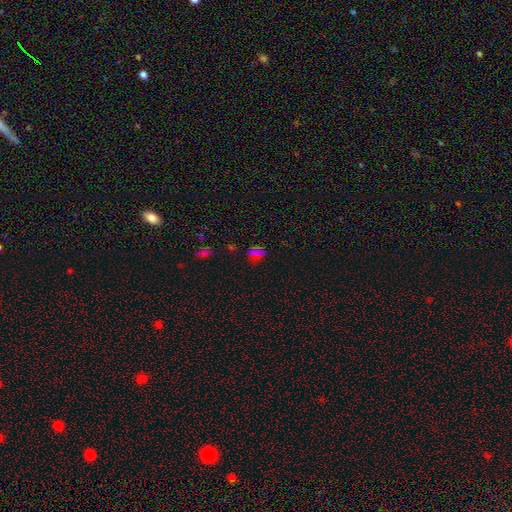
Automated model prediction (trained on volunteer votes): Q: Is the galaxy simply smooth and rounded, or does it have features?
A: smooth — 47%.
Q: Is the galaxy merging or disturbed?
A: none — 72%.